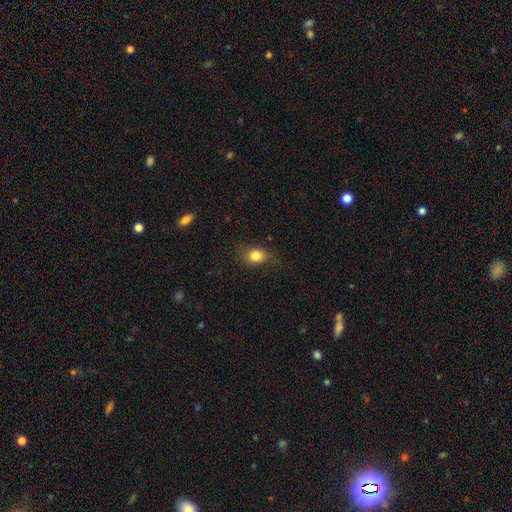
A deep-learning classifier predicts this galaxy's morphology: Smooth or featured?
  - smooth: 81% *
  - star or artifact: 11%
  - featured or disk: 8%
How rounded?
  - round: 49% * (tied)
  - in between: 49% * (tied)
  - cigar-shaped: 2%
Merging?
  - none: 74% *
  - minor disturbance: 19%
  - major disturbance: 7%
  - merger: 1%